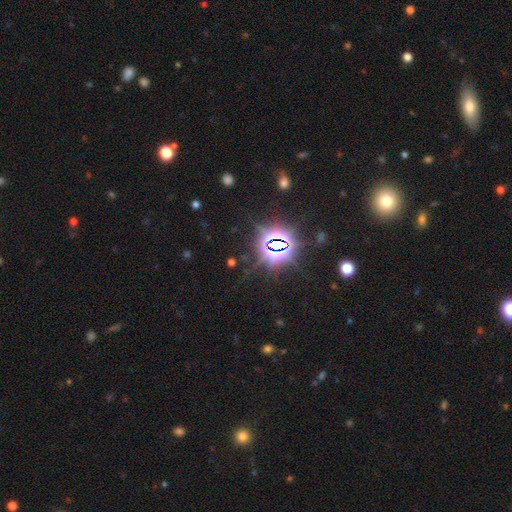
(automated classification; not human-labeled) This appears to be a star or artifact, not a galaxy (81%).